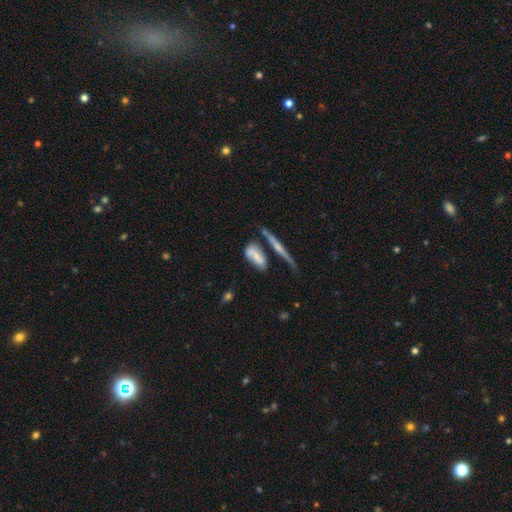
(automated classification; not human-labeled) Smooth or featured? smooth (50%)
Merging? none (38%)